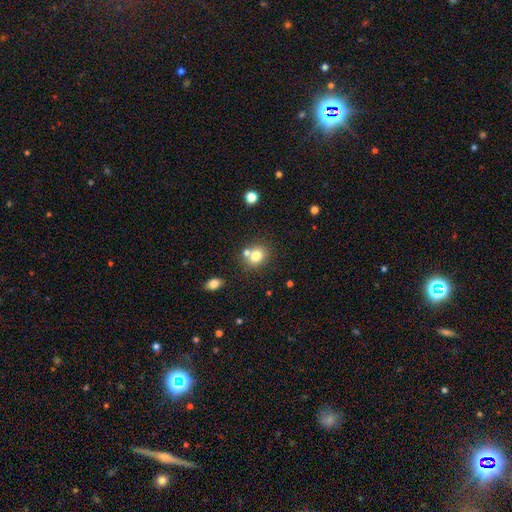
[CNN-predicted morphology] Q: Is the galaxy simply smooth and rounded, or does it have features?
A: smooth — 77%.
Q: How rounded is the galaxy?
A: round — 65%.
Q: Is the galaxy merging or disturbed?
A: none — 60%.